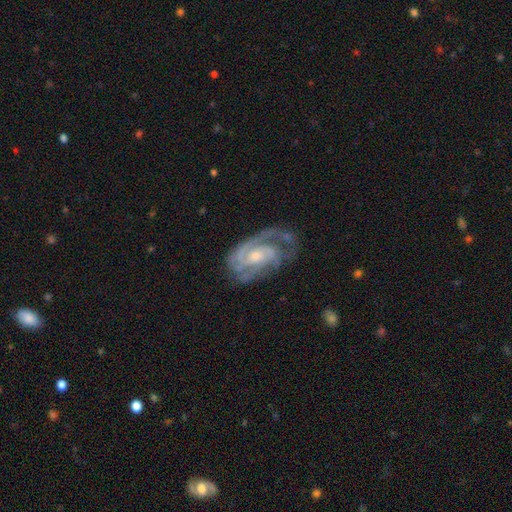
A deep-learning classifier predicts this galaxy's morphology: A featured or disk galaxy (89%) with no bar (57%), 2 (52%) tight (58%) spiral arms (97%) and a moderate central bulge (48%).

Vote fractions:
- Smooth or featured? featured or disk: 89% / smooth: 6% / star or artifact: 5%
- Edge-on disk? no: 97% / yes: 3%
- Bar? no: 57% / weak: 34% / strong: 8%
- Spiral arms? yes: 97% / no: 3%
- Spiral winding? tight: 58% / medium: 36% / loose: 6%
- Spiral arm count? 2: 52% / 3: 20% / can't tell: 14% / 1: 7% / 4: 4% / more than 4: 3%
- Bulge size? moderate: 48% / small: 44% / none: 4% / large: 3% / dominant: 1%
- Merging? none: 64% / minor disturbance: 22% / major disturbance: 13% / merger: 2%